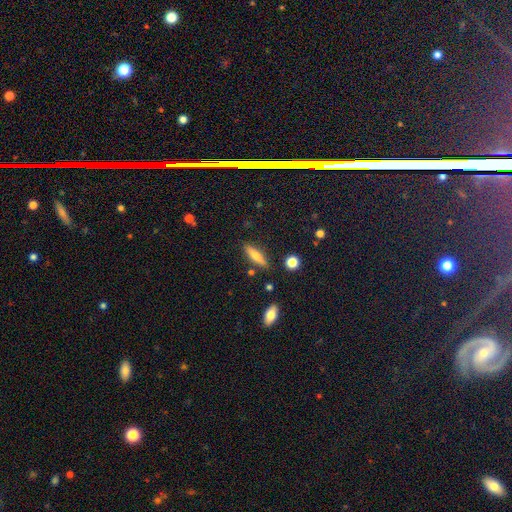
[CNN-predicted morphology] The model was most divided on "smooth or featured": smooth: 61%, featured or disk: 32%, star or artifact: 8%. More confident: merging — none (84%); how rounded — cigar-shaped (74%).